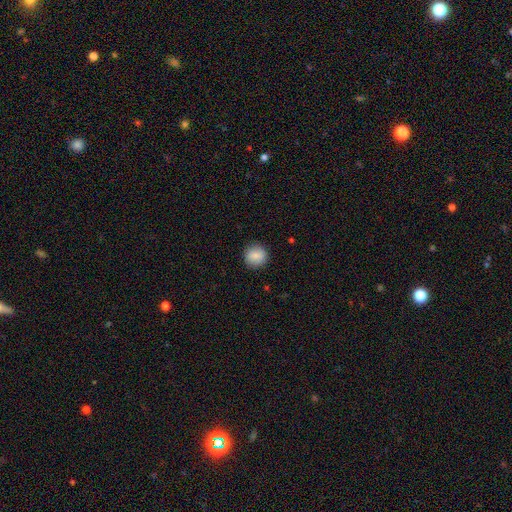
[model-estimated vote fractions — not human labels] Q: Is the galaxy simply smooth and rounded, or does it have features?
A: smooth — 84%.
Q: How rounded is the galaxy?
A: round — 90%.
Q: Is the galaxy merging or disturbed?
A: none — 89%.